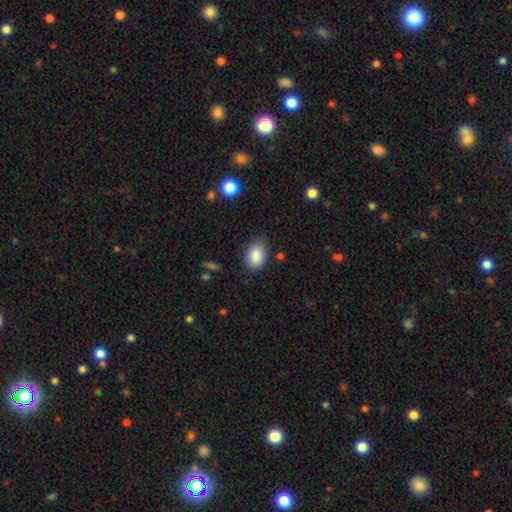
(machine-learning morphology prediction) This appears to be a smooth galaxy with no disk features (86%) that is in between round and cigar-shaped (82%). Merging: none (72%).